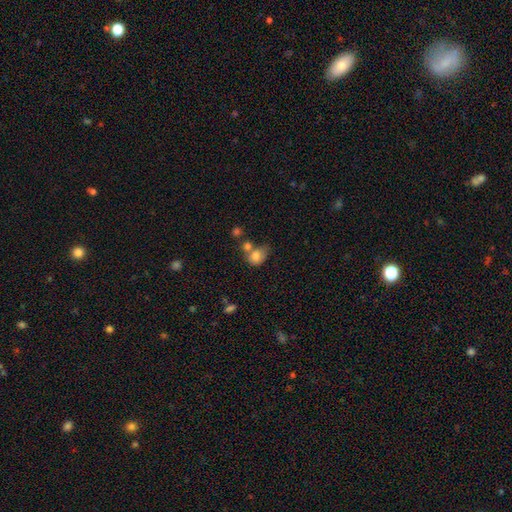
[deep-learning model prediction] The model was most divided on "merging": merger: 39%, none: 31%, minor disturbance: 20%, major disturbance: 11%. More confident: smooth or featured — smooth (78%); how rounded — in between (58%).